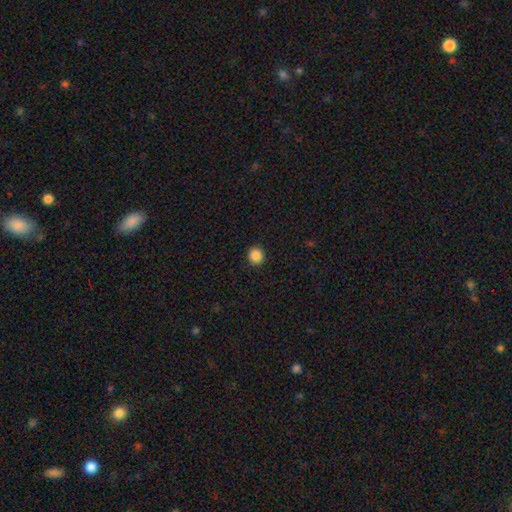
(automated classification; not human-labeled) A smooth galaxy with no disk features (87%) that is round (90%).

Vote fractions:
- Smooth or featured? smooth: 87% / star or artifact: 10% / featured or disk: 3%
- How rounded? round: 90% / in between: 9% / cigar-shaped: 1%
- Merging? none: 92% / minor disturbance: 5% / major disturbance: 2% / merger: 1%